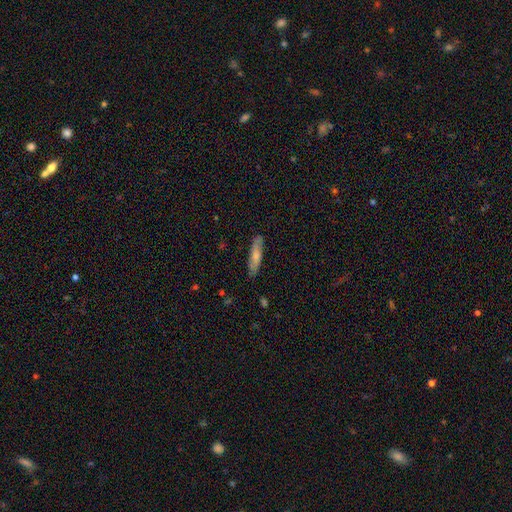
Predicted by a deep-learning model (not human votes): The model was most divided on "smooth or featured": smooth: 67%, featured or disk: 28%, star or artifact: 6%. More confident: merging — none (84%); how rounded — cigar-shaped (76%).